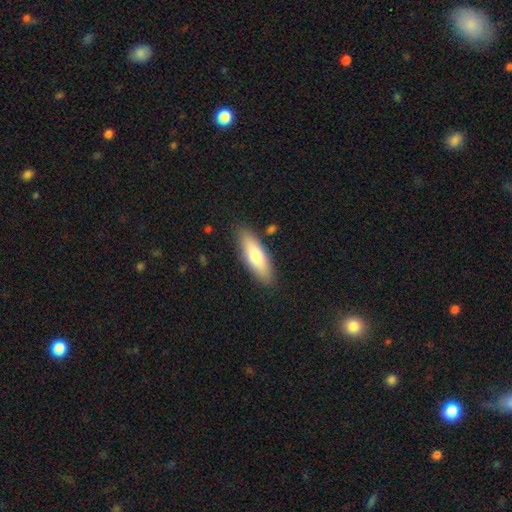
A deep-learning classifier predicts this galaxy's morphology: Q: Smooth or featured?
A: smooth (71%); runner-up: featured or disk (23%)
Q: How rounded?
A: in between (60%); runner-up: cigar-shaped (38%)
Q: Merging?
A: none (85%); runner-up: minor disturbance (10%)